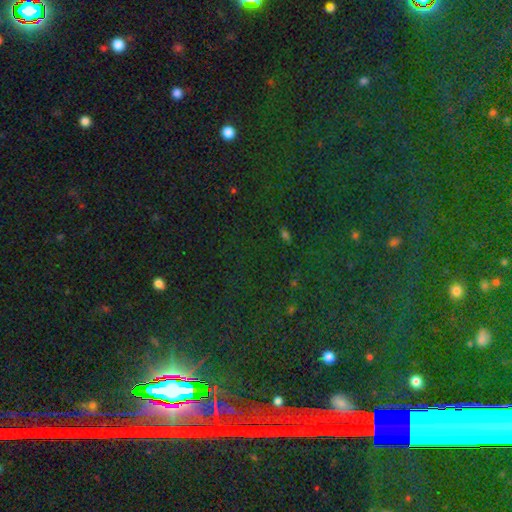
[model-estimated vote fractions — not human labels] Overall: star or artifact (83%).